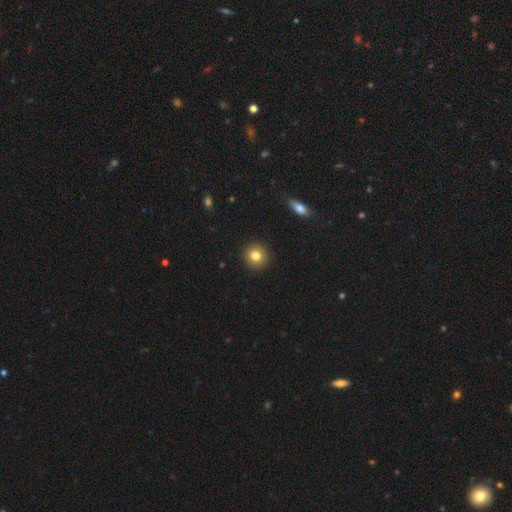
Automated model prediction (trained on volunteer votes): Q: Smooth or featured?
A: smooth (82%); runner-up: star or artifact (10%)
Q: How rounded?
A: round (93%); runner-up: in between (6%)
Q: Merging?
A: none (92%); runner-up: minor disturbance (5%)